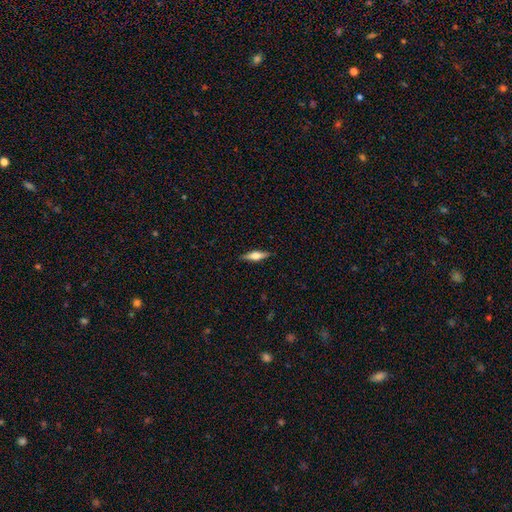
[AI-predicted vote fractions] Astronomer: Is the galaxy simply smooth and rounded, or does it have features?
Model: featured or disk — 53% (runner-up: smooth, 41%).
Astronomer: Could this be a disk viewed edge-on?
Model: yes — 95%.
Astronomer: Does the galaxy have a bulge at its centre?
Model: rounded — 92%.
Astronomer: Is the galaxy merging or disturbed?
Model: none — 89%.